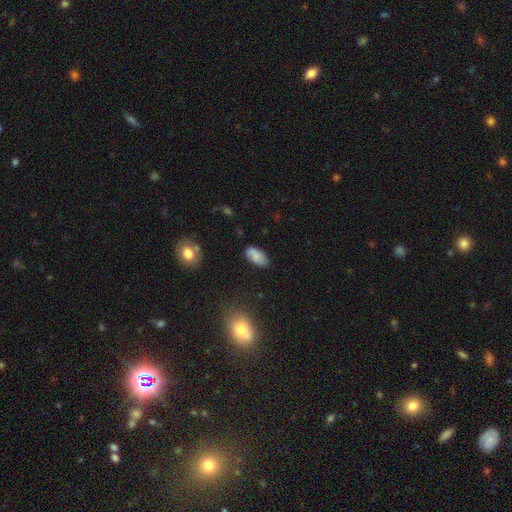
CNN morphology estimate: Q: Smooth or featured?
A: smooth (73%); runner-up: featured or disk (18%)
Q: How rounded?
A: in between (92%); runner-up: cigar-shaped (5%)
Q: Merging?
A: none (77%); runner-up: minor disturbance (17%)